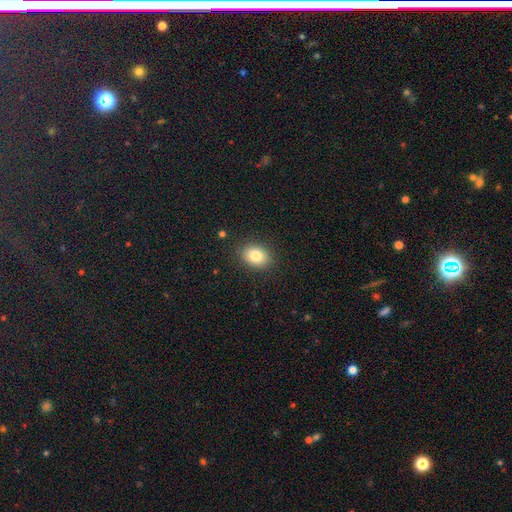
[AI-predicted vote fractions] Morphology: type=smooth (82%); roundness=in between (68%); merging=none (87%).